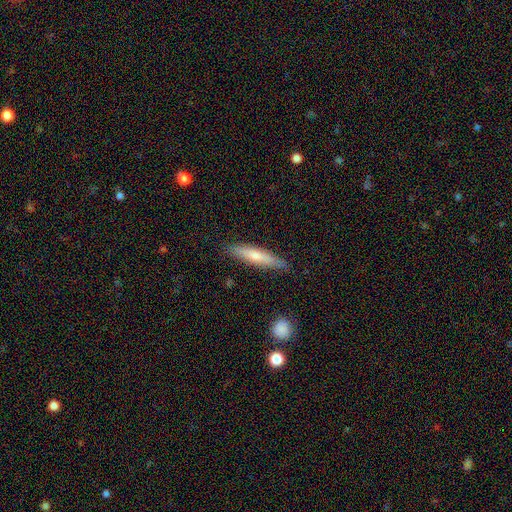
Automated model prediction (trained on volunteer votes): A smooth galaxy with no disk features (61%) that is cigar-shaped (88%). Merging: none (86%).